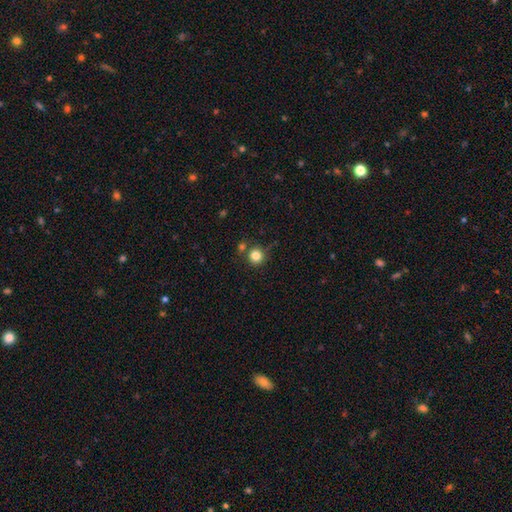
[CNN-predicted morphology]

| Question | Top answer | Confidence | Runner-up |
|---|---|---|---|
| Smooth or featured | smooth | 82% | star or artifact (12%) |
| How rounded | round | 94% | in between (5%) |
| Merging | none | 77% | merger (11%) |